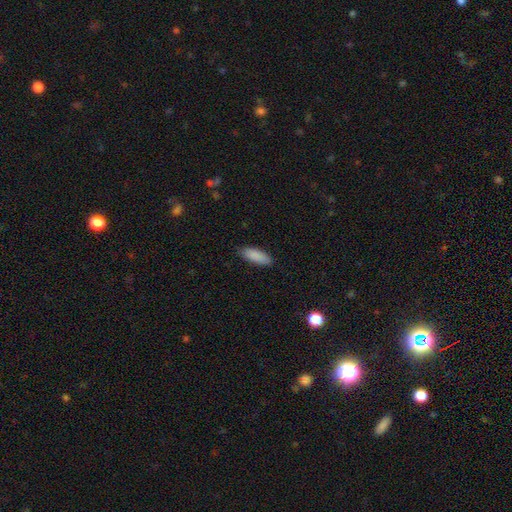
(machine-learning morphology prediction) Smooth or featured? Predicted: smooth (p=0.89). How rounded? Predicted: in between (p=0.68). Merging? Predicted: none (p=0.86).